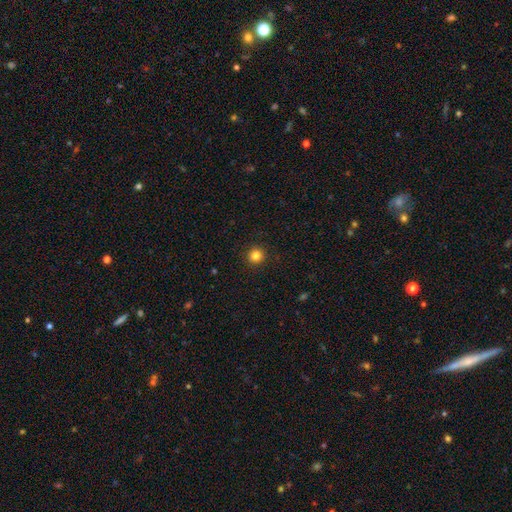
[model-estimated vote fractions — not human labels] Q: Smooth or featured?
A: smooth (83%); runner-up: star or artifact (12%)
Q: How rounded?
A: round (94%); runner-up: in between (5%)
Q: Merging?
A: none (92%); runner-up: minor disturbance (5%)